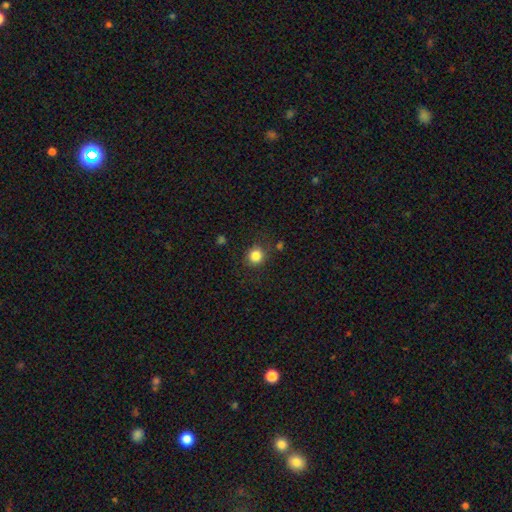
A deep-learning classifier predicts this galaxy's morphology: Smooth or featured: smooth — 84% (star or artifact — 11%)
How rounded: round — 89% (in between — 10%)
Merging: none — 84% (minor disturbance — 10%)